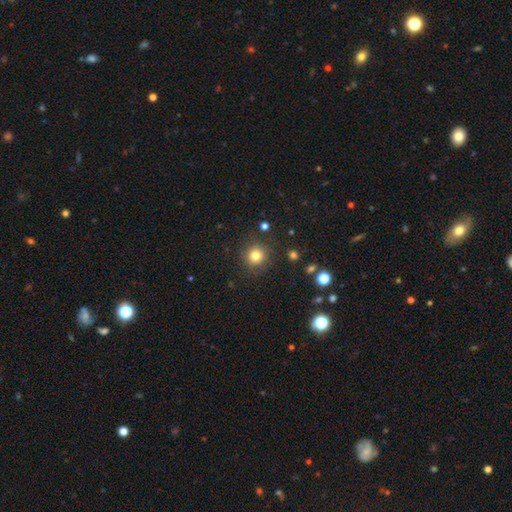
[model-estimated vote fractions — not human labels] smooth-or-featured: smooth: 80% | star or artifact: 12% | featured or disk: 7%
  how-rounded: round: 92% | in between: 7% | cigar-shaped: 1%
  merging: none: 85% | minor disturbance: 9% | major disturbance: 4% | merger: 2%